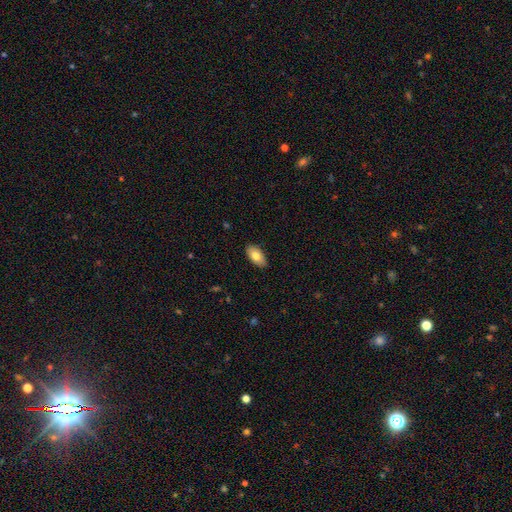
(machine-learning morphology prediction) Smooth or featured? smooth (78%)
How rounded? in between (94%)
Merging? none (86%)